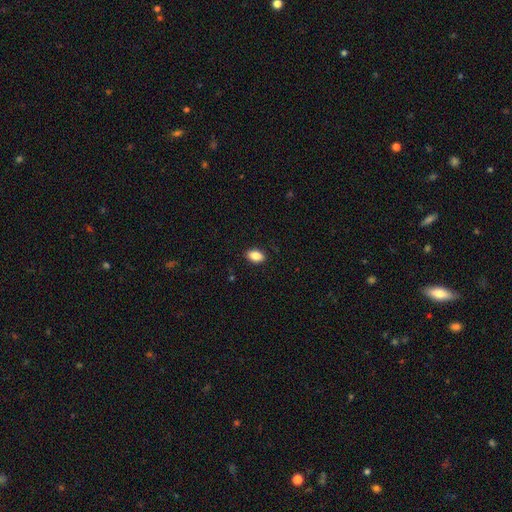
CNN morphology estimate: smooth 88%, star or artifact 8%, featured or disk 4%. Down the decision tree: how rounded — in between (90%); merging — none (89%).